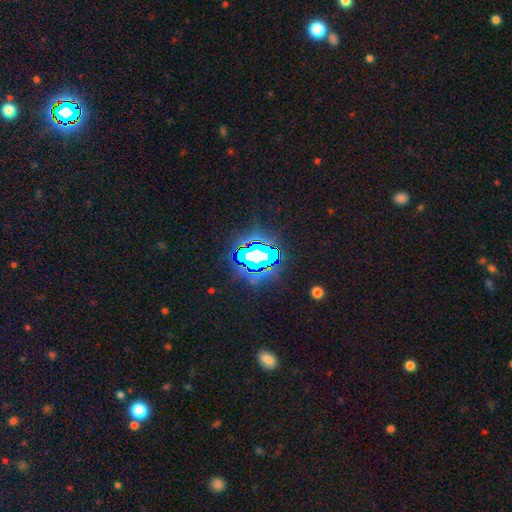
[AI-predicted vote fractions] Overall: star or artifact (71%).